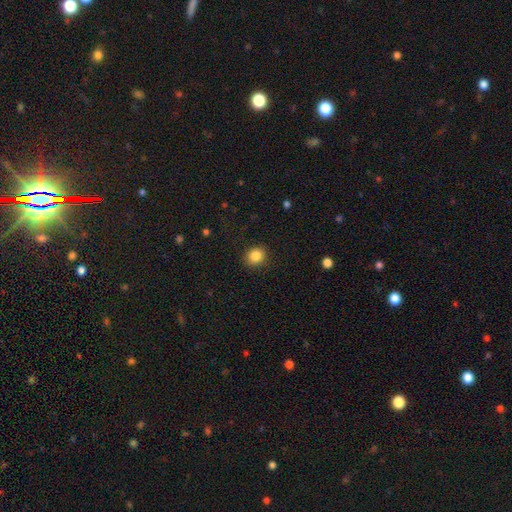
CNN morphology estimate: Q: Smooth or featured?
A: smooth (86%); runner-up: star or artifact (10%)
Q: How rounded?
A: round (79%); runner-up: in between (21%)
Q: Merging?
A: none (89%); runner-up: minor disturbance (8%)